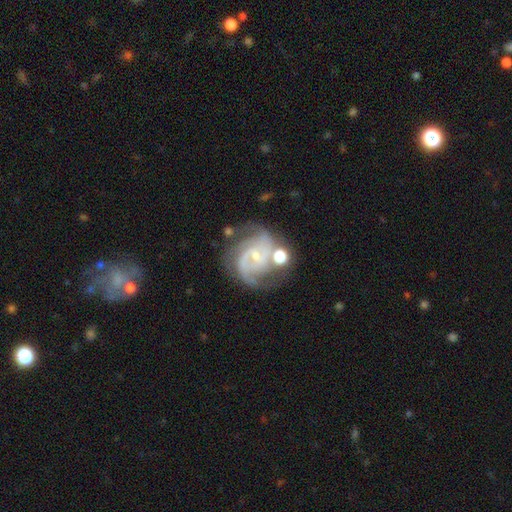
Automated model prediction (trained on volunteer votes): Morphology: type=featured or disk (87%); edge-on=no (98%); bar=no (46%); spiral arms=yes (97%); winding=medium (49%); arm count=2 (51%); bulge=small (76%); merging=none (59%).